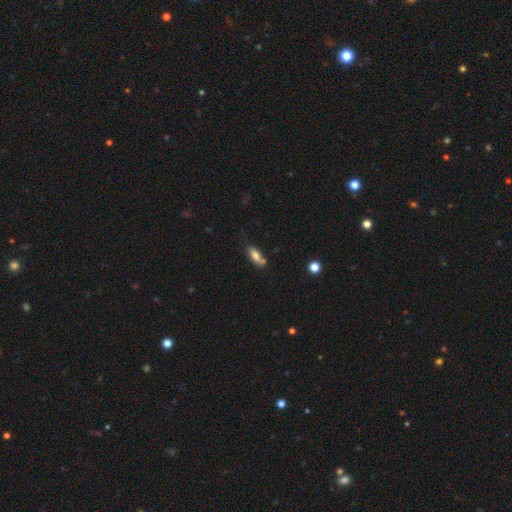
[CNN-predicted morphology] A smooth galaxy with no disk features (77%) that is in between round and cigar-shaped (77%).

Vote fractions:
- Smooth or featured? smooth: 77% / featured or disk: 15% / star or artifact: 8%
- How rounded? in between: 77% / cigar-shaped: 20% / round: 3%
- Merging? none: 54% / minor disturbance: 24% / merger: 15% / major disturbance: 7%